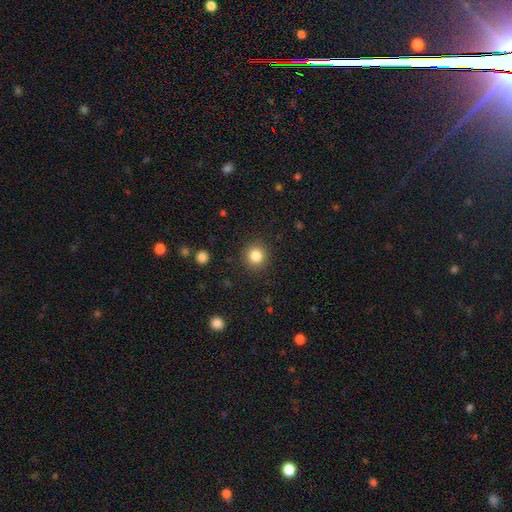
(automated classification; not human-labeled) Overall: smooth (83%). How rounded: round (91%). Merging: none (90%).